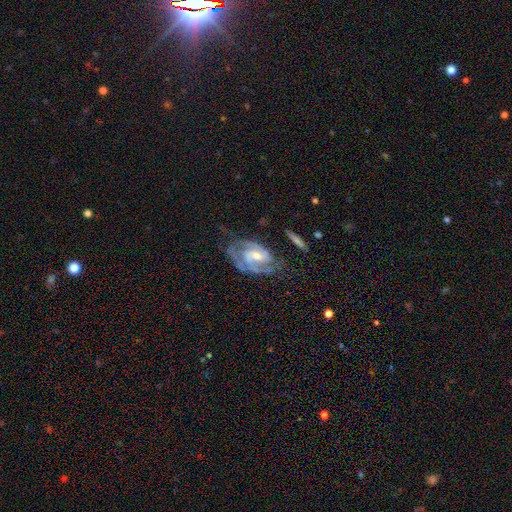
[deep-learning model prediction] A featured or disk galaxy (84%) with no bar (45%), 2 (62%) tight (48%) spiral arms (93%) and a moderate central bulge (46%).

Vote fractions:
- Smooth or featured? featured or disk: 84% / smooth: 10% / star or artifact: 6%
- Edge-on disk? no: 96% / yes: 4%
- Bar? no: 45% / weak: 43% / strong: 12%
- Spiral arms? yes: 93% / no: 7%
- Spiral winding? tight: 48% / medium: 41% / loose: 11%
- Spiral arm count? 2: 62% / can't tell: 18% / 3: 10% / 1: 5% / 4: 2% / more than 4: 2%
- Bulge size? moderate: 46% / small: 44% / large: 4% / none: 4% / dominant: 1%
- Merging? none: 55% / minor disturbance: 24% / major disturbance: 18% / merger: 3%